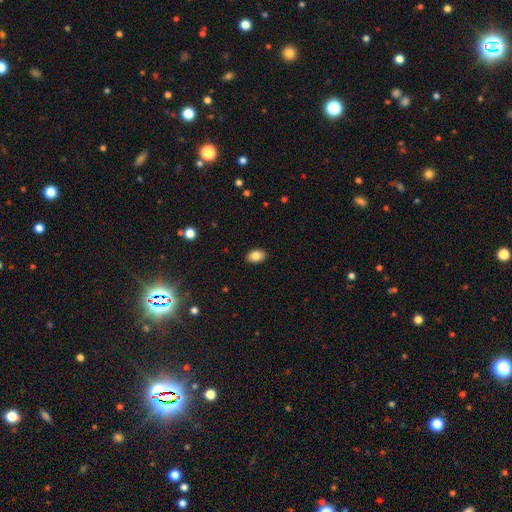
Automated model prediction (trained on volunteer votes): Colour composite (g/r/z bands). It shows a smooth galaxy with no disk features (84%) that is in between round and cigar-shaped (86%). Merging: none (89%).